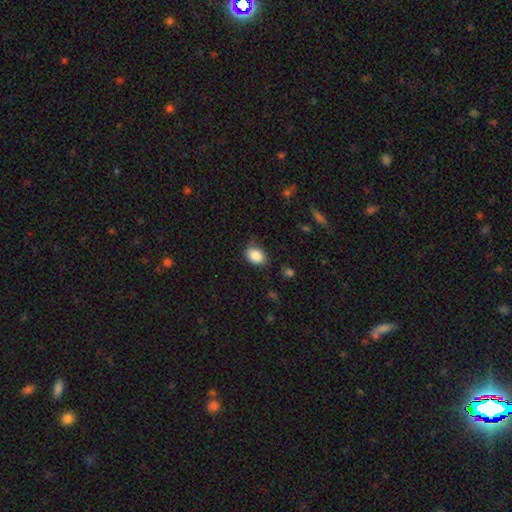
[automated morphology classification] type=smooth (87%); roundness=in between (68%); merging=none (75%).